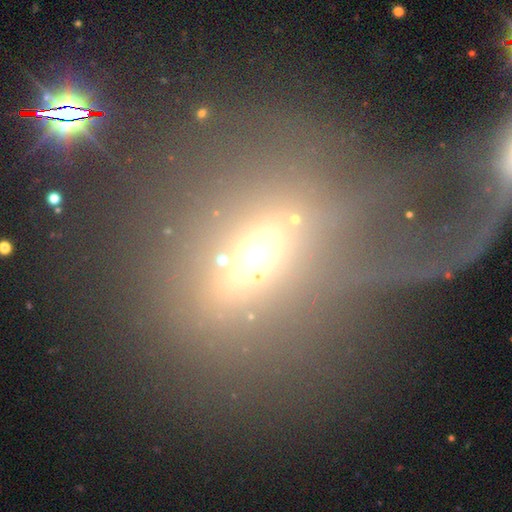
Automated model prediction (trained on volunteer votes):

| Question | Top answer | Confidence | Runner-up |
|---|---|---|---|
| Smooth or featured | featured or disk | 41% | smooth (36%) |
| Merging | none | 49% | major disturbance (25%) |